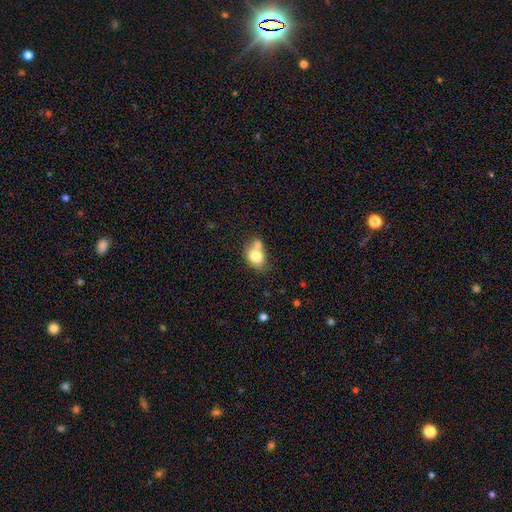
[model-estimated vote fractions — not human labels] Overall: smooth (78%). How rounded: in between (59%; round 40%). Merging: merger (43%; none 40%).